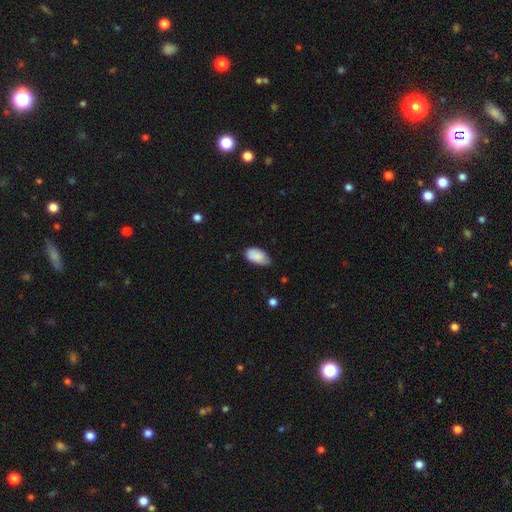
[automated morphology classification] smooth-or-featured: smooth: 88% | star or artifact: 7% | featured or disk: 6%
  how-rounded: in between: 94% | round: 3% | cigar-shaped: 2%
  merging: none: 57% | minor disturbance: 36% | major disturbance: 5% | merger: 2%